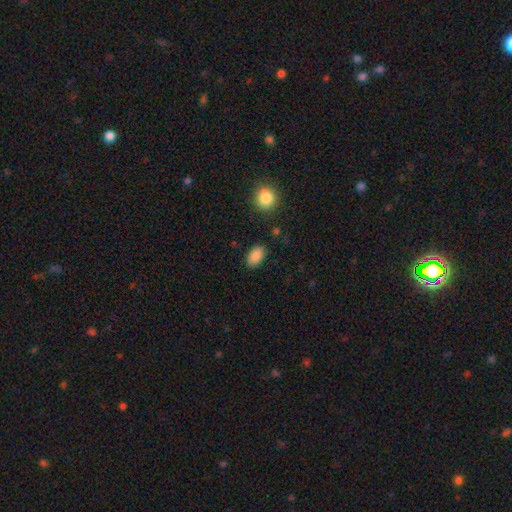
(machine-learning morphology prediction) This is clearly a smooth galaxy (88%). How rounded: clearly in between (90%). Merging: clearly none (85%).